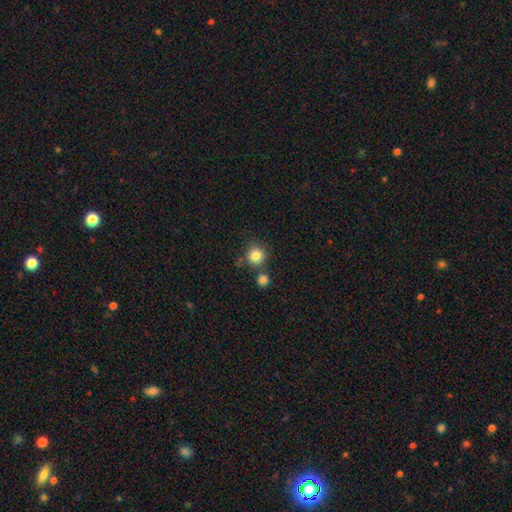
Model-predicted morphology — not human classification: smooth_or_featured: smooth (p=0.83) [alt: star or artifact p=0.11]
how_rounded: round (p=0.91) [alt: in between p=0.08]
merging: none (p=0.71) [alt: merger p=0.15]